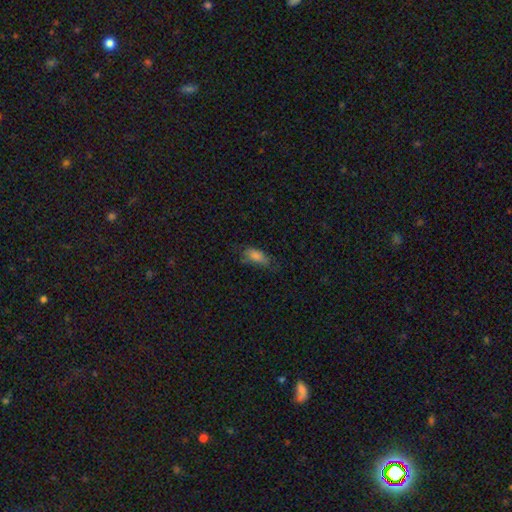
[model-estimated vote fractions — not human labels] A smooth galaxy with no disk features (76%) that is in between round and cigar-shaped (81%).

Vote fractions:
- Smooth or featured? smooth: 76% / star or artifact: 12% / featured or disk: 12%
- How rounded? in between: 81% / cigar-shaped: 14% / round: 4%
- Merging? none: 50% / minor disturbance: 31% / major disturbance: 17% / merger: 2%